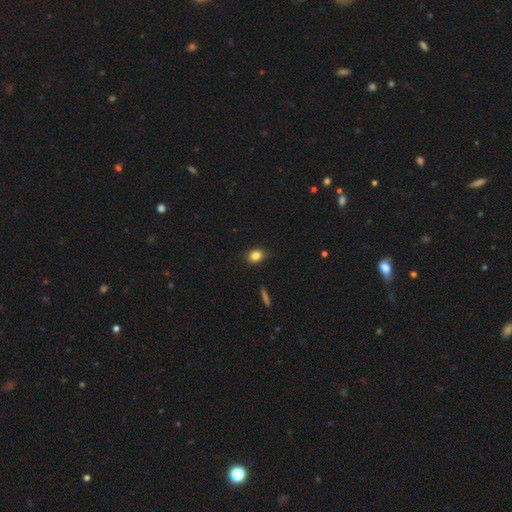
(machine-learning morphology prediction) Smooth or featured?
  - smooth: 83% *
  - star or artifact: 10%
  - featured or disk: 7%
How rounded?
  - in between: 50% *
  - round: 49%
  - cigar-shaped: 2%
Merging?
  - none: 84% *
  - minor disturbance: 13%
  - major disturbance: 2%
  - merger: 1%